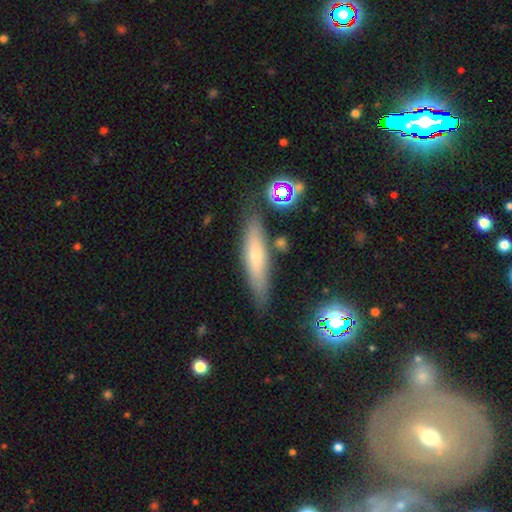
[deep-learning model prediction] A smooth galaxy with no disk features (53%) that is cigar-shaped (78%). Merging: none (78%).